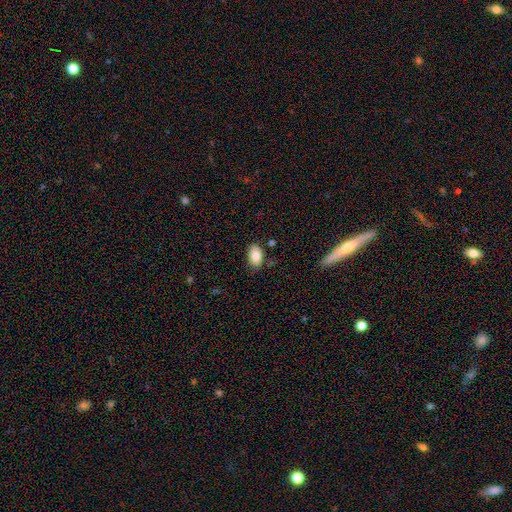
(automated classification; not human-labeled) Smooth or featured?
  - smooth: 87% *
  - star or artifact: 7%
  - featured or disk: 6%
How rounded?
  - in between: 93% *
  - round: 6%
  - cigar-shaped: 2%
Merging?
  - none: 81% *
  - minor disturbance: 14%
  - major disturbance: 3%
  - merger: 3%